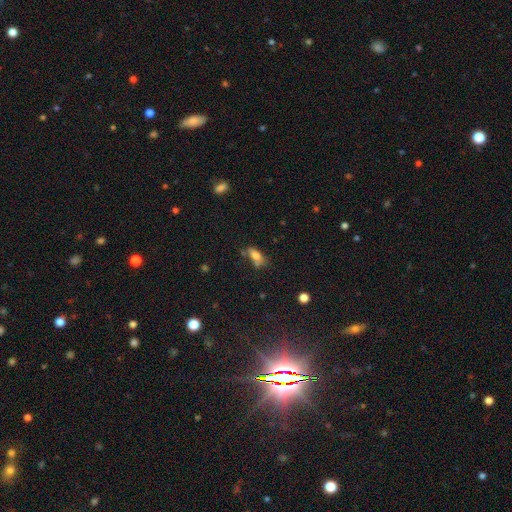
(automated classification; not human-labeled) smooth_or_featured: smooth (p=0.70) [alt: featured or disk p=0.18]
how_rounded: in between (p=0.80) [alt: cigar-shaped p=0.13]
merging: none (p=0.47) [alt: minor disturbance p=0.26]